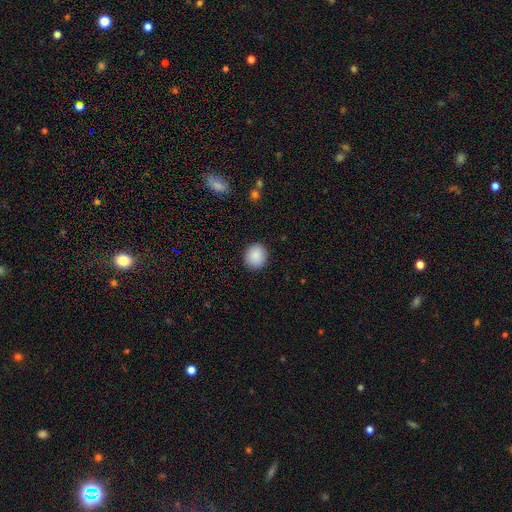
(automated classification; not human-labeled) smooth-or-featured: smooth: 89% | star or artifact: 7% | featured or disk: 4%
  how-rounded: round: 83% | in between: 17% | cigar-shaped: 1%
  merging: none: 91% | minor disturbance: 7% | major disturbance: 2% | merger: 1%